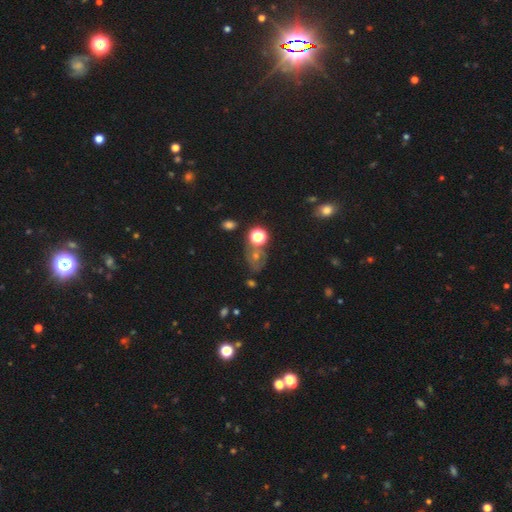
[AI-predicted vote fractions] Smooth or featured? Predicted: star or artifact (p=0.39, tied with smooth).